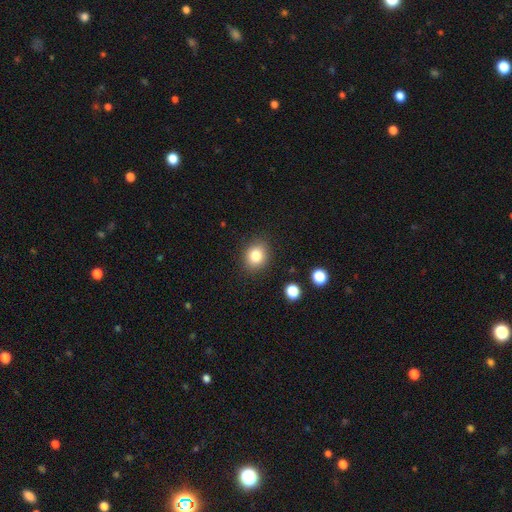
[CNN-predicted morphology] A smooth galaxy with no disk features (82%) that is round (68%).

Vote fractions:
- Smooth or featured? smooth: 82% / star or artifact: 11% / featured or disk: 7%
- How rounded? round: 68% / in between: 31% / cigar-shaped: 1%
- Merging? none: 88% / minor disturbance: 8% / major disturbance: 3% / merger: 2%